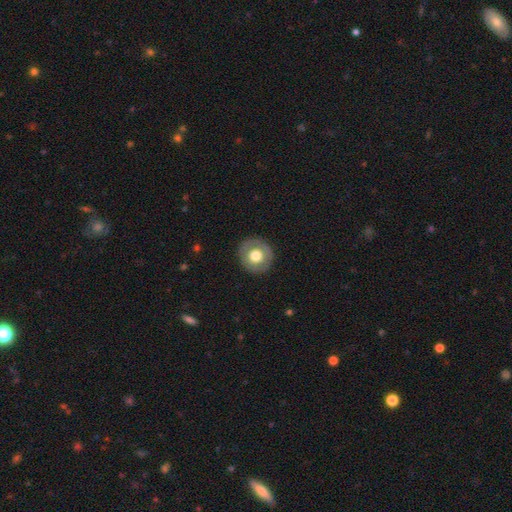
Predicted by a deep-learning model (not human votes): Overall: smooth (62%; featured or disk 31%). How rounded: round (91%). Merging: none (88%).